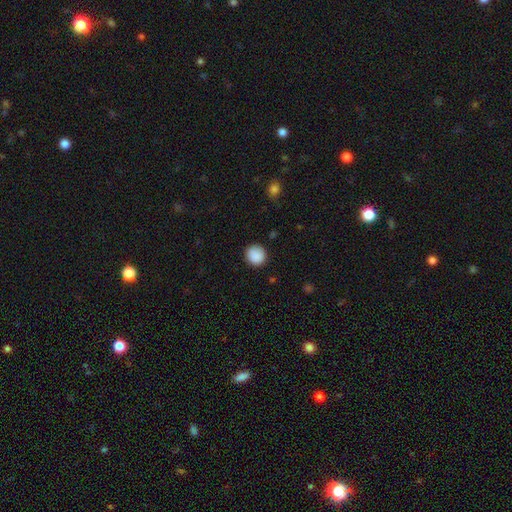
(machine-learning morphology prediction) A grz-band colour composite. It shows a smooth galaxy with no disk features (89%) that is round (90%). Merging: none (89%).